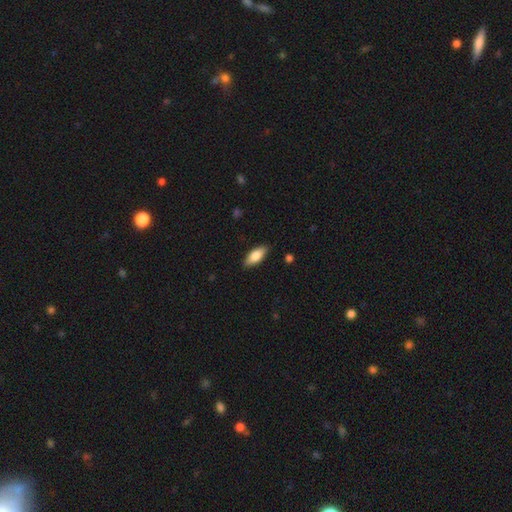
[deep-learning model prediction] The model was most divided on "how rounded": in between: 80%, cigar-shaped: 18%, round: 2%. More confident: merging — none (87%); smooth or featured — smooth (78%).